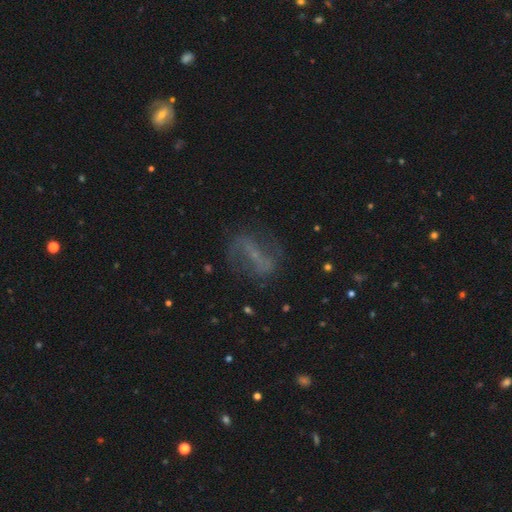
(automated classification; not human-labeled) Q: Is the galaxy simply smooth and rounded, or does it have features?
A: featured or disk — 66%.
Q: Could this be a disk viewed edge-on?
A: no — 88%.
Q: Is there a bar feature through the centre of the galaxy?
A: strong — 52%.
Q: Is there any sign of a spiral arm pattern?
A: yes — 72%.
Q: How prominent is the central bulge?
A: small — 48%.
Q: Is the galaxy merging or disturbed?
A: none — 70%.